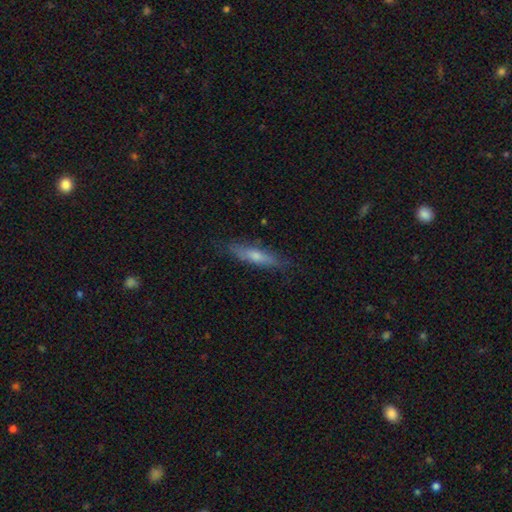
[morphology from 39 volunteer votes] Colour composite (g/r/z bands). It shows a featured or disk galaxy (64%) viewed edge-on (84%) with a rounded central bulge (81%). Merging: none (97%).